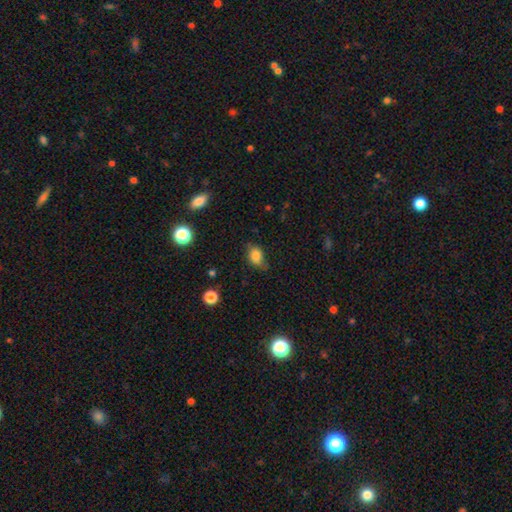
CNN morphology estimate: This is clearly a smooth galaxy (82%). How rounded: likely in between (72%). Merging: possibly none (59%).